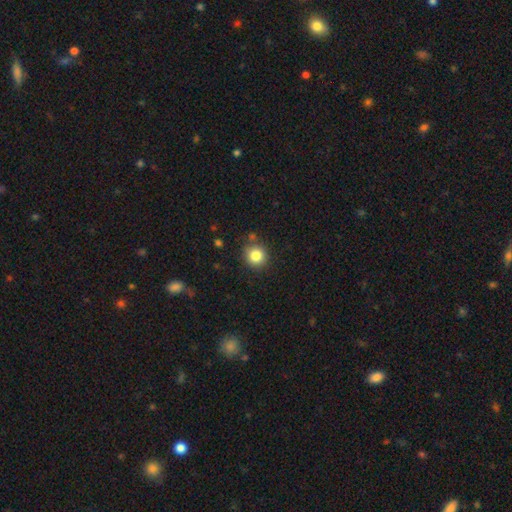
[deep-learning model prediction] Overall: smooth (83%). How rounded: round (91%). Merging: none (83%).